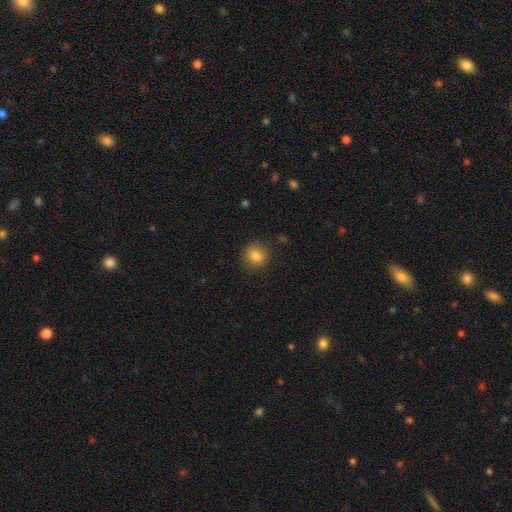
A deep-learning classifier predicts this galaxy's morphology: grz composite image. It shows a smooth galaxy with no disk features (84%) that is round (79%). Merging: none (83%).